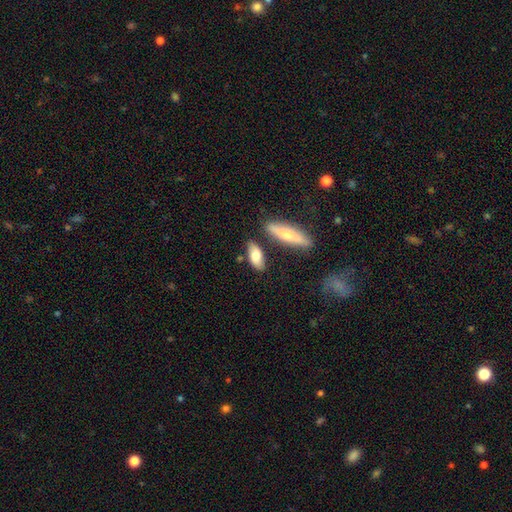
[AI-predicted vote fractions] smooth_or_featured: smooth (p=0.73) [alt: featured or disk p=0.21]
how_rounded: in between (p=0.78) [alt: cigar-shaped p=0.19]
merging: none (p=0.73) [alt: minor disturbance p=0.14]